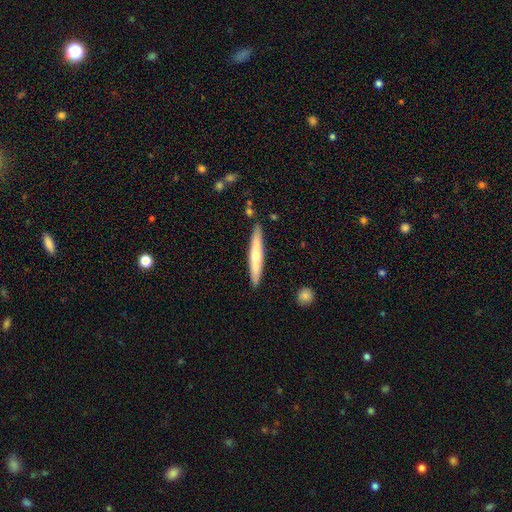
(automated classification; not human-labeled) The model was most divided on "smooth or featured": smooth: 49%, featured or disk: 46%, star or artifact: 5%. More confident: merging — none (88%).